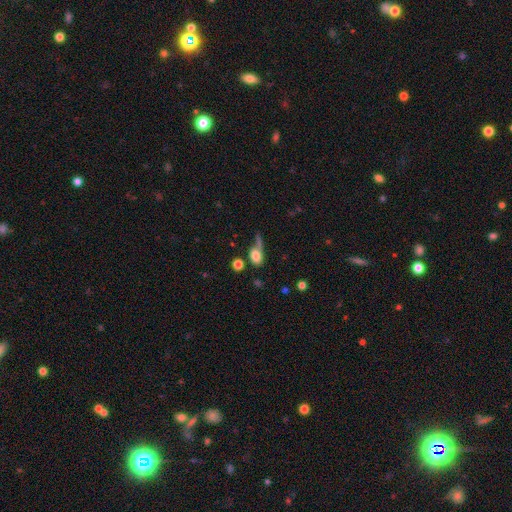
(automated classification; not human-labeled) A smooth galaxy with no disk features (72%) that is in between round and cigar-shaped (71%).

Vote fractions:
- Smooth or featured? smooth: 72% / featured or disk: 18% / star or artifact: 10%
- How rounded? in between: 71% / round: 24% / cigar-shaped: 6%
- Merging? none: 35% / major disturbance: 27% / merger: 20% / minor disturbance: 18%